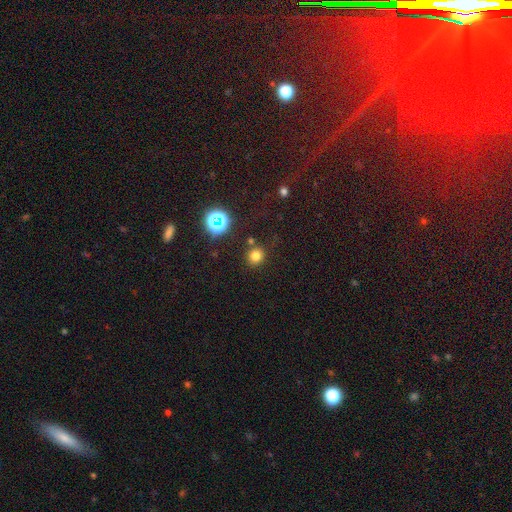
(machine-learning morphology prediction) This appears to be a smooth galaxy with no disk features (75%) that is round (85%). Merging: none (82%).